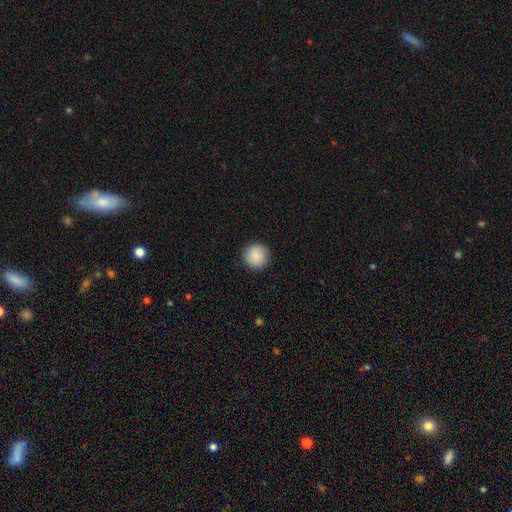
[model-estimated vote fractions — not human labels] Overall: smooth (88%). How rounded: round (95%). Merging: none (91%).